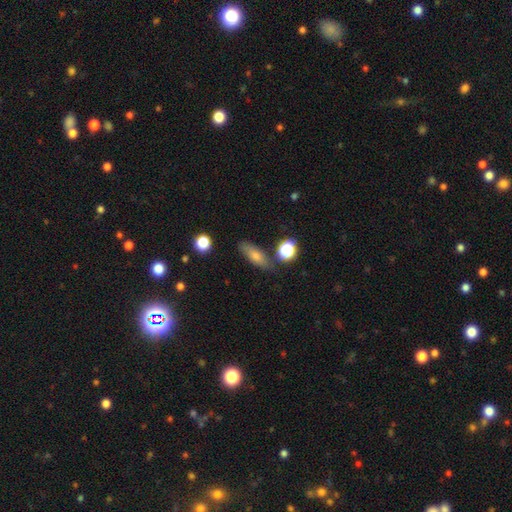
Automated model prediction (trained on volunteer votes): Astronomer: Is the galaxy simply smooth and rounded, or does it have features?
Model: smooth — 72%.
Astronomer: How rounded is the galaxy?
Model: in between — 61%.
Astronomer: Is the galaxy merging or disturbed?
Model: none — 74%.